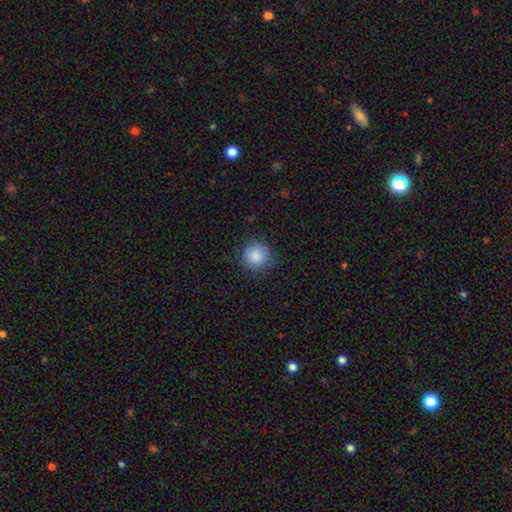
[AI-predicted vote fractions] smooth-or-featured: smooth: 87% | star or artifact: 9% | featured or disk: 4%
  how-rounded: round: 94% | in between: 6% | cigar-shaped: 1%
  merging: none: 84% | minor disturbance: 11% | major disturbance: 3% | merger: 1%